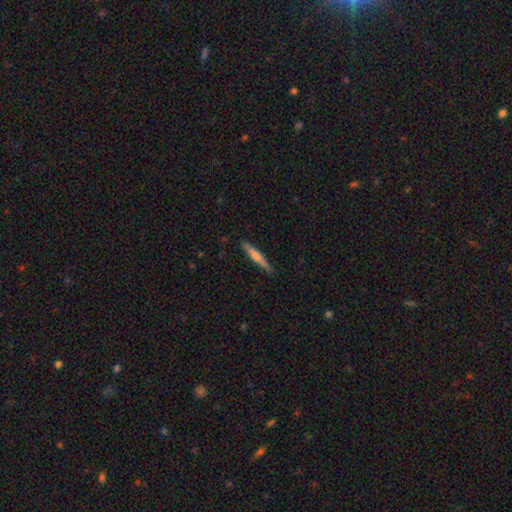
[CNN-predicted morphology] Smooth or featured: smooth — 55% (featured or disk — 39%)
How rounded: cigar-shaped — 94% (in between — 4%)
Merging: none — 88% (minor disturbance — 10%)